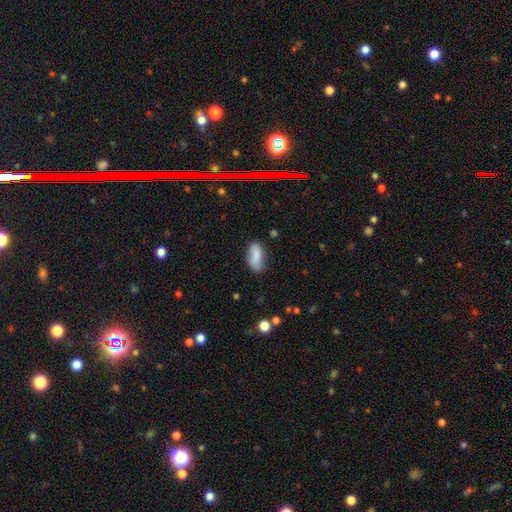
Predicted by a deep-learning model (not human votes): This appears to be a smooth galaxy with no disk features (82%) that is in between round and cigar-shaped (85%). Merging: none (74%).